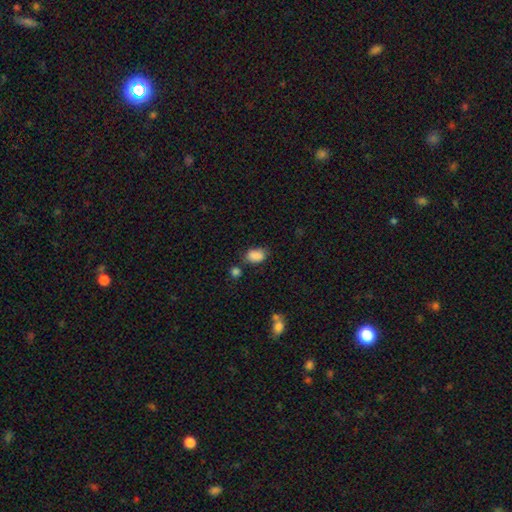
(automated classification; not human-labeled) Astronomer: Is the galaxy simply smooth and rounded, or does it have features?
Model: smooth — 85%.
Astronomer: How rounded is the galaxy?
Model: in between — 84%.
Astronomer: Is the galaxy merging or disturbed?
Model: none — 62%.